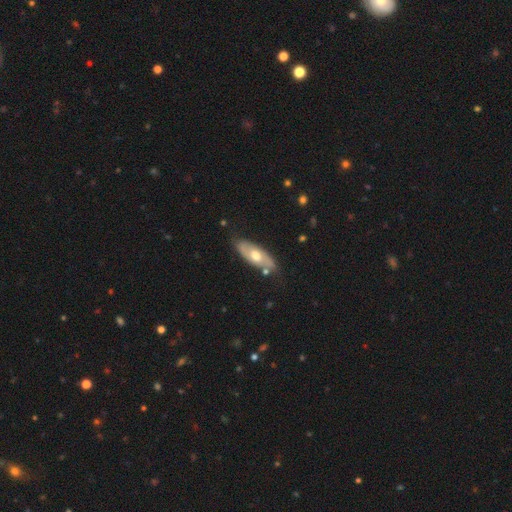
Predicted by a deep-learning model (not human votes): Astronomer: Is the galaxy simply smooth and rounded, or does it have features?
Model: featured or disk — 54% (runner-up: smooth, 41%).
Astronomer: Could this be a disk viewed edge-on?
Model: no — 73%.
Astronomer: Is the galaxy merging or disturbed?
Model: none — 77%.